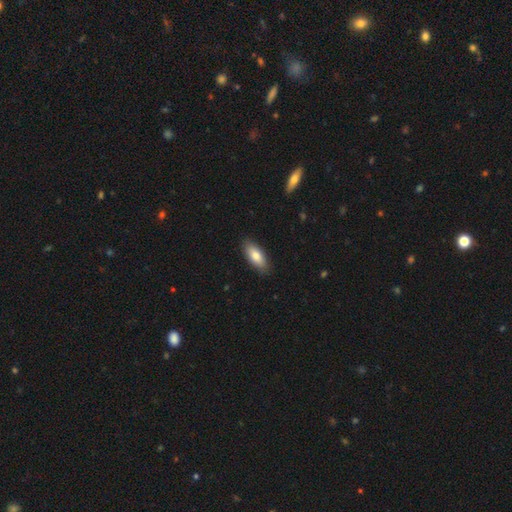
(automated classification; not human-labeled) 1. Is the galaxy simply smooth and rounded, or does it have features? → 80% smooth, 14% featured or disk, 6% star or artifact.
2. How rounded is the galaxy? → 81% in between, 17% cigar-shaped, 2% round.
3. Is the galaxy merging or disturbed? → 88% none, 9% minor disturbance, 2% major disturbance, 1% merger.